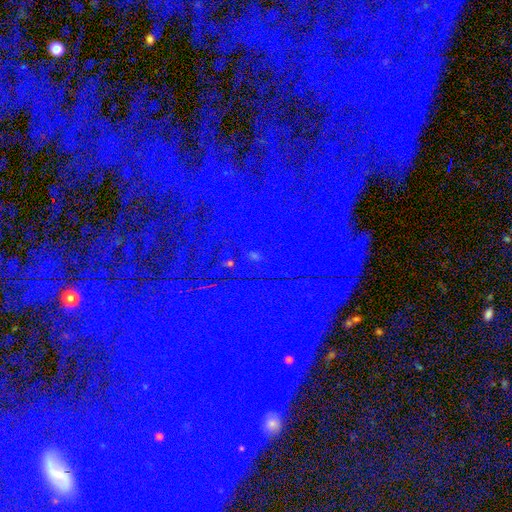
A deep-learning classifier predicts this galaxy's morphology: Smooth or featured?
  - star or artifact: 83% *
  - featured or disk: 9%
  - smooth: 8%